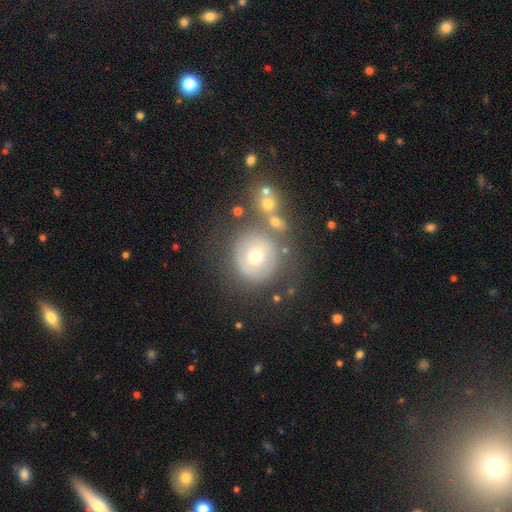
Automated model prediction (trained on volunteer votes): Smooth or featured? Predicted: smooth (p=0.56). How rounded? Predicted: round (p=0.94). Merging? Predicted: none (p=0.68).